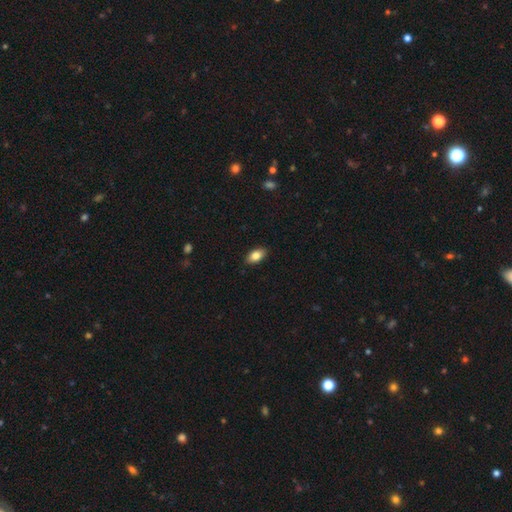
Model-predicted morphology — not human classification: Smooth or featured: smooth — 83% (featured or disk — 10%)
How rounded: in between — 91% (round — 5%)
Merging: none — 89% (minor disturbance — 9%)